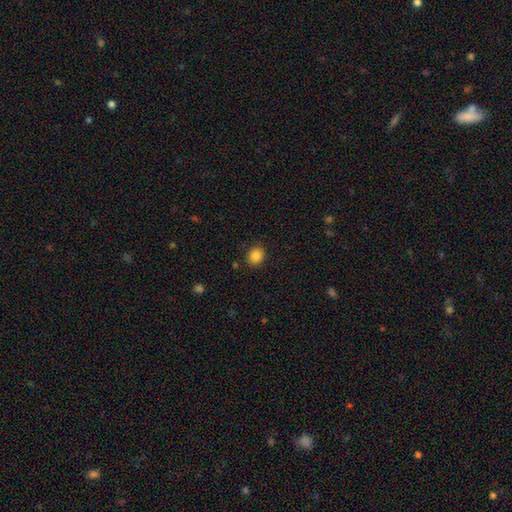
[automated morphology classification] Smooth or featured? Predicted: smooth (p=0.85). How rounded? Predicted: round (p=0.72). Merging? Predicted: none (p=0.89).